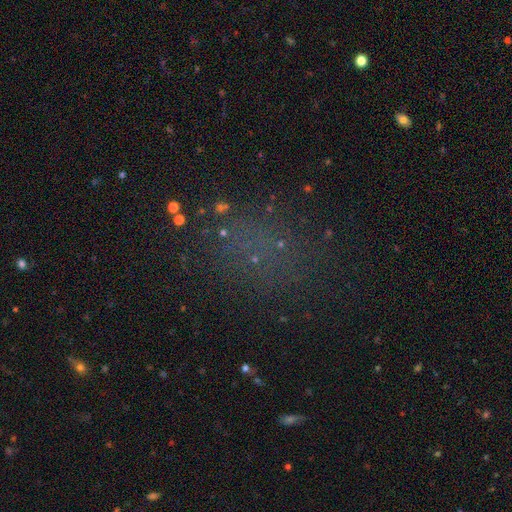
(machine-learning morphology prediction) Smooth or featured? star or artifact (46%)